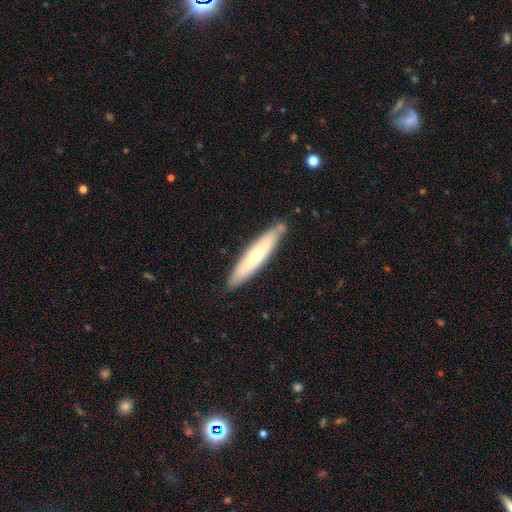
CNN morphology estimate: smooth_or_featured: smooth (p=0.58) [alt: featured or disk p=0.37]
how_rounded: cigar-shaped (p=0.87) [alt: in between p=0.12]
merging: none (p=0.83) [alt: minor disturbance p=0.12]